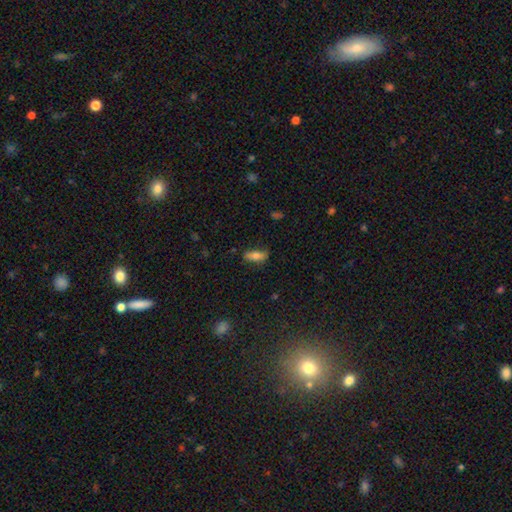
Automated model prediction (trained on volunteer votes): smooth_or_featured: smooth (p=0.73) [alt: featured or disk p=0.19]
how_rounded: in between (p=0.67) [alt: cigar-shaped p=0.30]
merging: none (p=0.75) [alt: minor disturbance p=0.19]